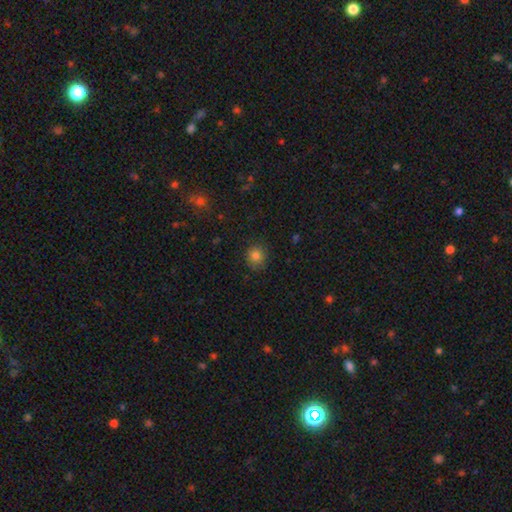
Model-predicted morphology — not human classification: smooth 82%, star or artifact 12%, featured or disk 6%. Down the decision tree: how rounded — round (88%); merging — none (85%).